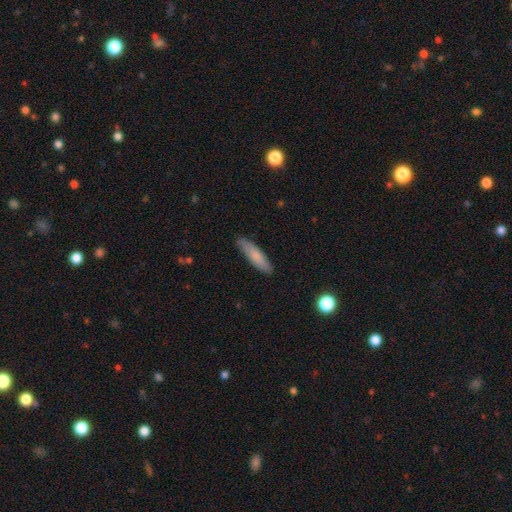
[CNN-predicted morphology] A smooth galaxy with no disk features (78%) that is cigar-shaped (75%).

Vote fractions:
- Smooth or featured? smooth: 78% / featured or disk: 16% / star or artifact: 6%
- How rounded? cigar-shaped: 75% / in between: 24% / round: 1%
- Merging? none: 86% / minor disturbance: 11% / major disturbance: 2% / merger: 1%